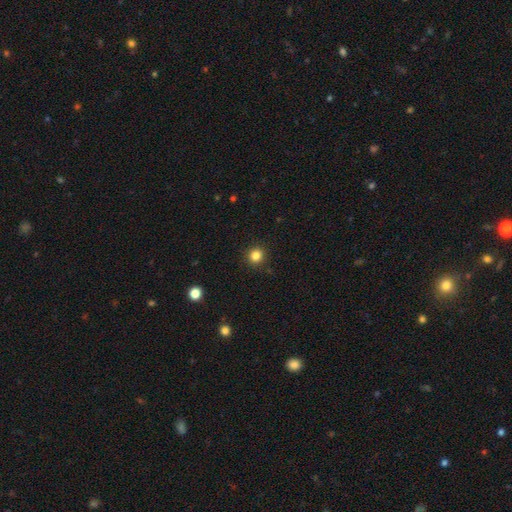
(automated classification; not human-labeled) Q: Smooth or featured?
A: smooth (83%); runner-up: star or artifact (12%)
Q: How rounded?
A: round (93%); runner-up: in between (6%)
Q: Merging?
A: none (92%); runner-up: minor disturbance (5%)